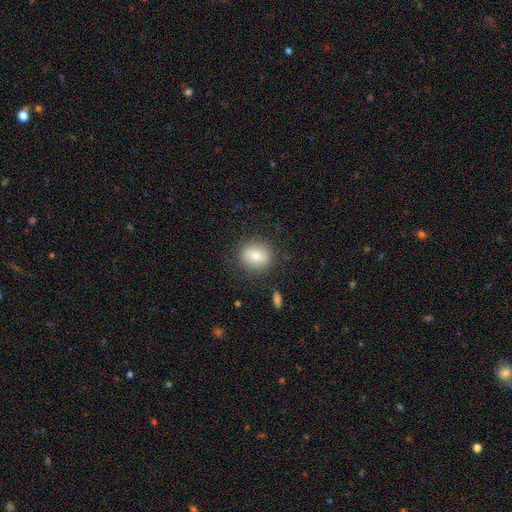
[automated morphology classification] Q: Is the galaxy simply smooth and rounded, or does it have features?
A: smooth — 78%.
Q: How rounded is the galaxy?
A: round — 81%.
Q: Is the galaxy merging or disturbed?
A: none — 85%.